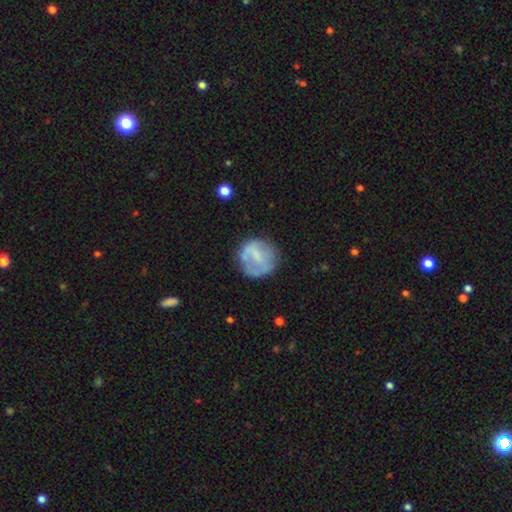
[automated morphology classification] type=smooth (58%); roundness=round (88%); merging=none (66%).